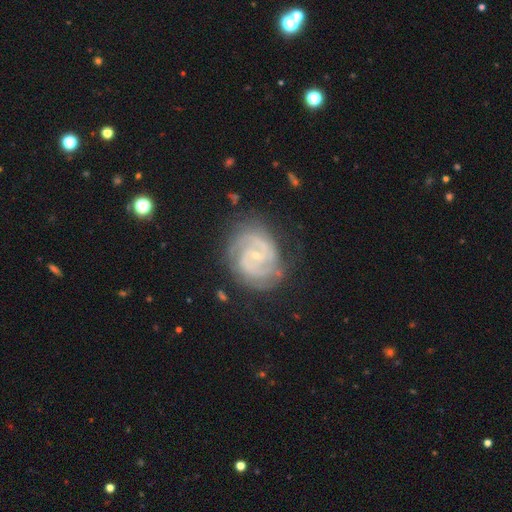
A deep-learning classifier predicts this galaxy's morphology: Smooth or featured?
  - featured or disk: 89% *
  - smooth: 6%
  - star or artifact: 5%
Edge-on disk?
  - no: 98% *
  - yes: 2%
Bar?
  - no: 53% *
  - weak: 37%
  - strong: 10%
Spiral arms?
  - yes: 98% *
  - no: 2%
Spiral winding?
  - tight: 61% *
  - medium: 34%
  - loose: 5%
Spiral arm count?
  - 2: 67% *
  - 3: 14%
  - can't tell: 10%
  - 4: 4%
  - 1: 3%
  - more than 4: 3%
Bulge size?
  - small: 80% *
  - moderate: 15%
  - none: 3%
  - large: 1%
  - dominant: 1%
Merging?
  - none: 76% *
  - minor disturbance: 17%
  - major disturbance: 6%
  - merger: 2%